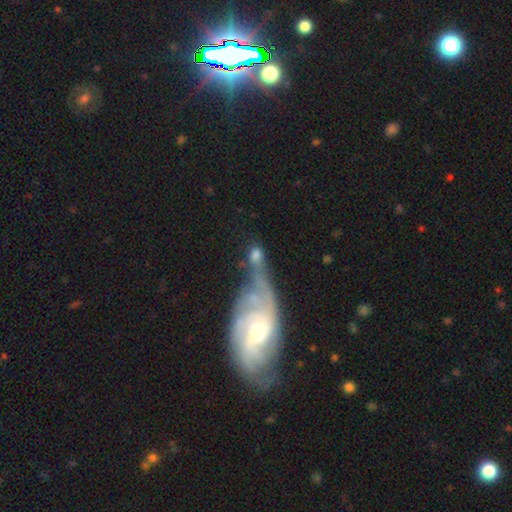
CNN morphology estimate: This is possibly a smooth galaxy (53%). How rounded: possibly round (47%). Merging: marginally merger (36%).